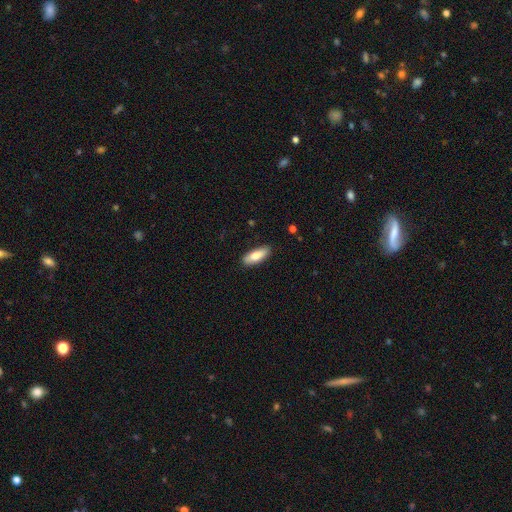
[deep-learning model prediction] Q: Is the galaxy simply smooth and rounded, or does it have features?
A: smooth — 80%.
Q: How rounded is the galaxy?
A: in between — 69%.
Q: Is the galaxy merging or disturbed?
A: none — 86%.